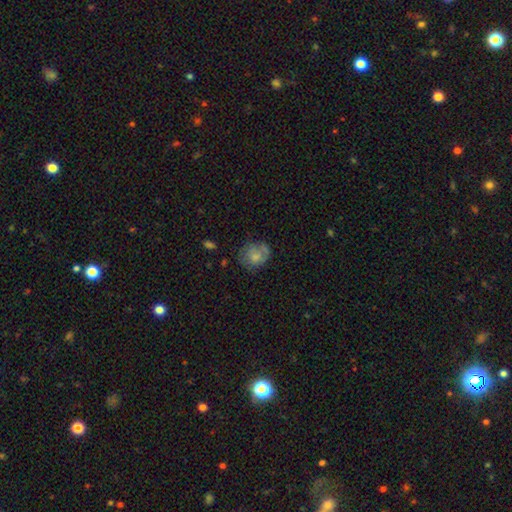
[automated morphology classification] Smooth or featured: smooth — 66% (featured or disk — 26%)
How rounded: round — 67% (in between — 32%)
Merging: none — 55% (minor disturbance — 28%)